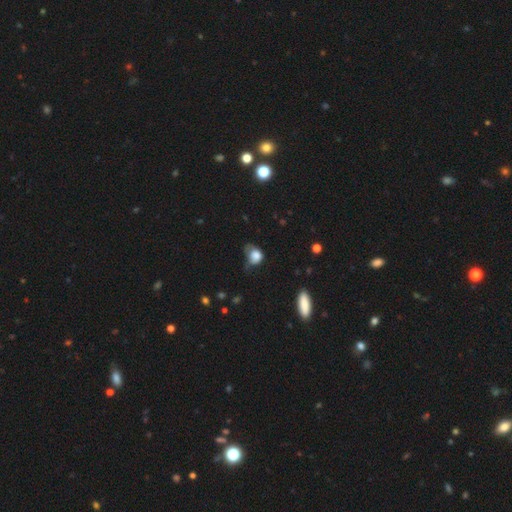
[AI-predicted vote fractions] This is likely a smooth galaxy (77%). How rounded: possibly round (50%). Merging: marginally minor disturbance (36%).